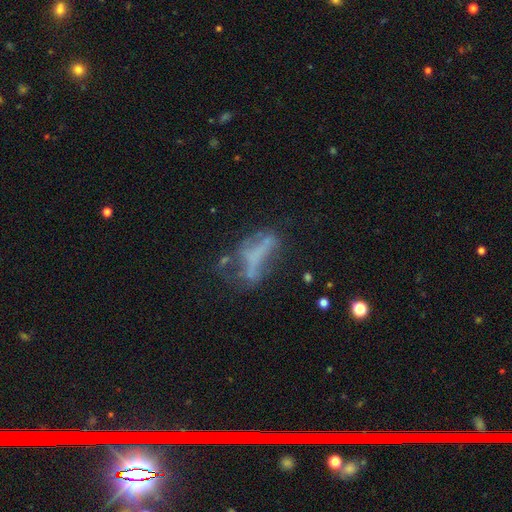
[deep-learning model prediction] featured or disk 52%, smooth 30%, star or artifact 18%. Down the decision tree: edge-on disk — no (87%); merging — major disturbance (36%).